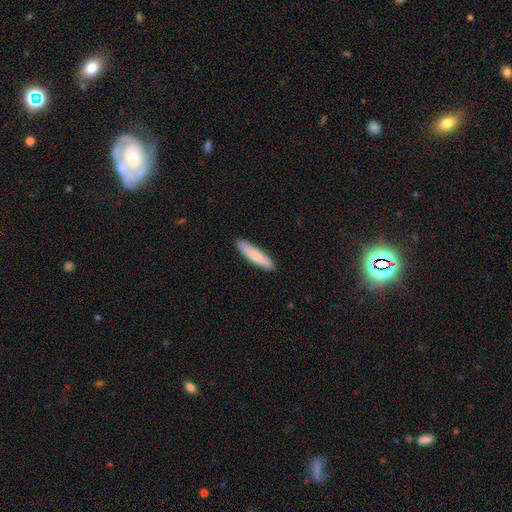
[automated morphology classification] Smooth or featured? smooth (81%)
How rounded? cigar-shaped (81%)
Merging? none (90%)